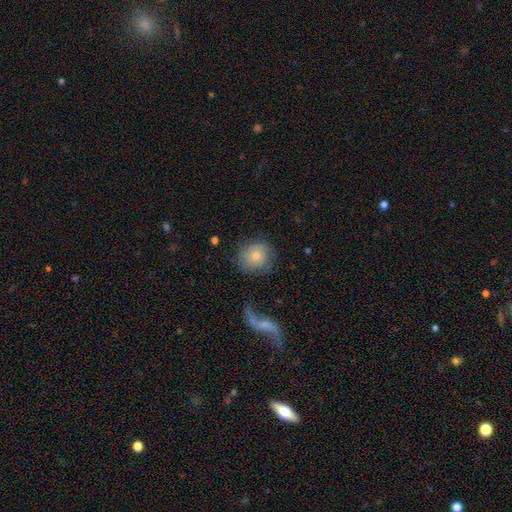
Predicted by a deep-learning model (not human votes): Smooth or featured? smooth (68%)
How rounded? round (84%)
Merging? none (70%)